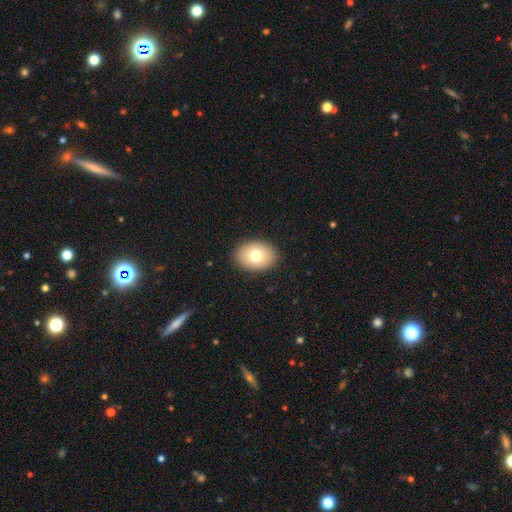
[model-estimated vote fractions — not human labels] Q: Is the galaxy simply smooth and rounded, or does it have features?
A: smooth — 76%.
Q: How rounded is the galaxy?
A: in between — 73%.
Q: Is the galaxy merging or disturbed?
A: none — 89%.